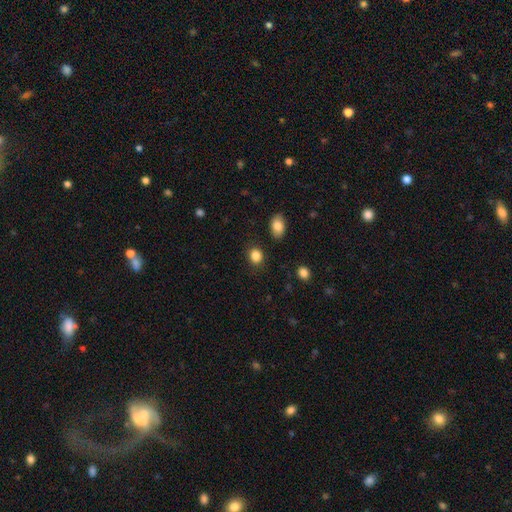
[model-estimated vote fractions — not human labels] A smooth galaxy with no disk features (86%) that is round (63%).

Vote fractions:
- Smooth or featured? smooth: 86% / star or artifact: 10% / featured or disk: 4%
- How rounded? round: 63% / in between: 36% / cigar-shaped: 1%
- Merging? none: 86% / minor disturbance: 9% / major disturbance: 3% / merger: 2%